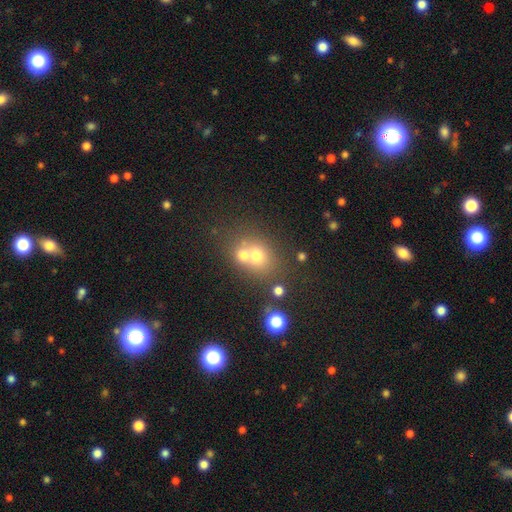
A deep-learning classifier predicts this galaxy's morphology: This appears to be a smooth galaxy with no disk features (62%) that is round (65%). Merging: merger (51%).